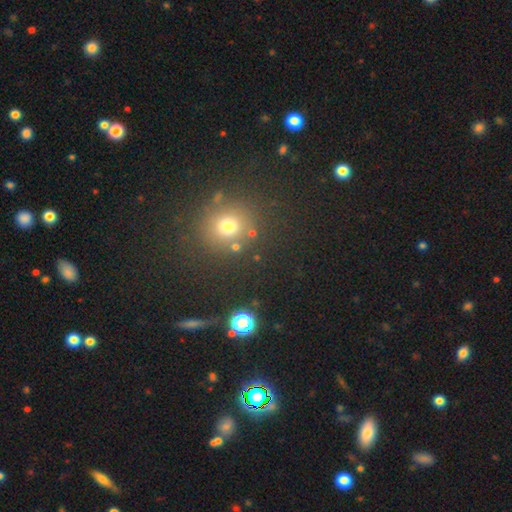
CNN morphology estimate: The model was most divided on "smooth or featured": smooth: 49%, star or artifact: 44%, featured or disk: 7%. More confident: merging — none (83%).